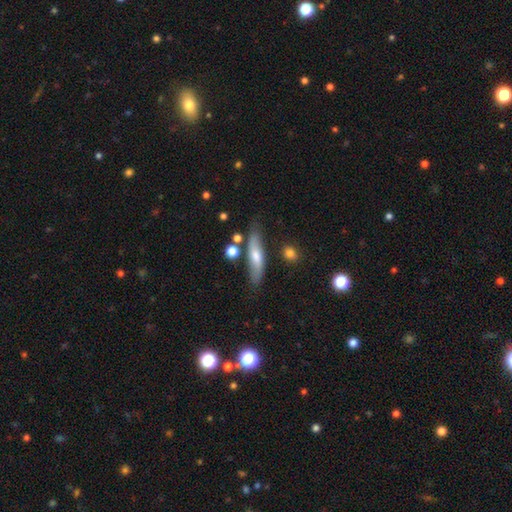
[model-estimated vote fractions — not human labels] Smooth or featured: smooth — 53% (featured or disk — 40%)
How rounded: cigar-shaped — 71% (in between — 25%)
Merging: none — 75% (minor disturbance — 15%)